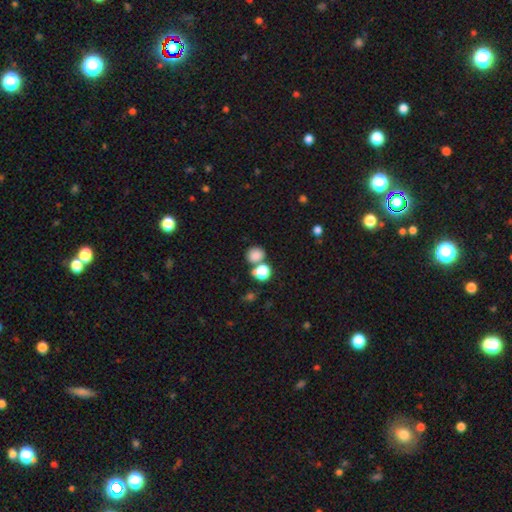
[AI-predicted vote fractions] A smooth galaxy with no disk features (81%) that is round (77%). Merging: none (59%).